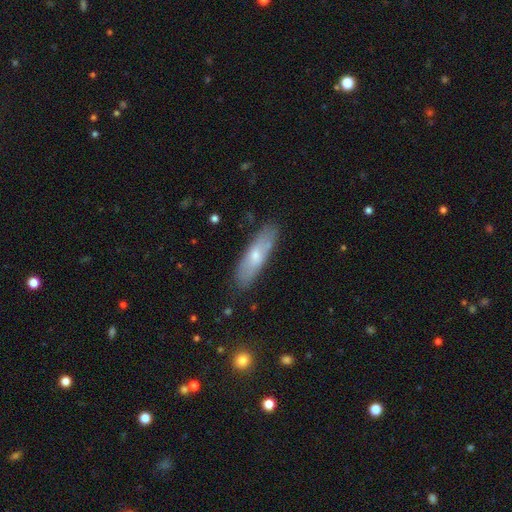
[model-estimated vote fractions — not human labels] Smooth or featured? Predicted: smooth (p=0.57). How rounded? Predicted: cigar-shaped (p=0.63). Merging? Predicted: none (p=0.82).